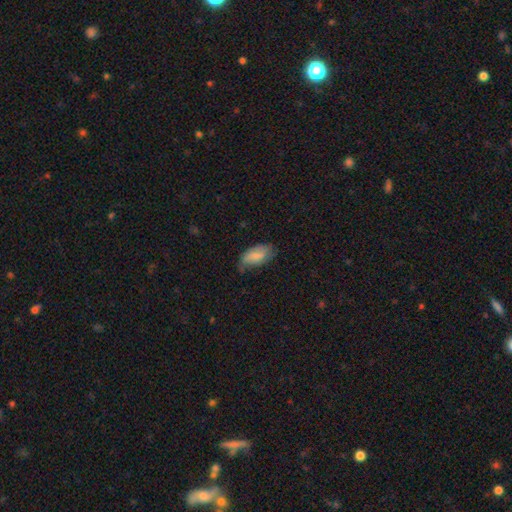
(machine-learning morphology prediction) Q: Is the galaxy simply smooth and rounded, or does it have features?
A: smooth — 69%.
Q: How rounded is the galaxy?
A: in between — 92%.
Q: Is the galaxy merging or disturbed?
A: none — 53%.